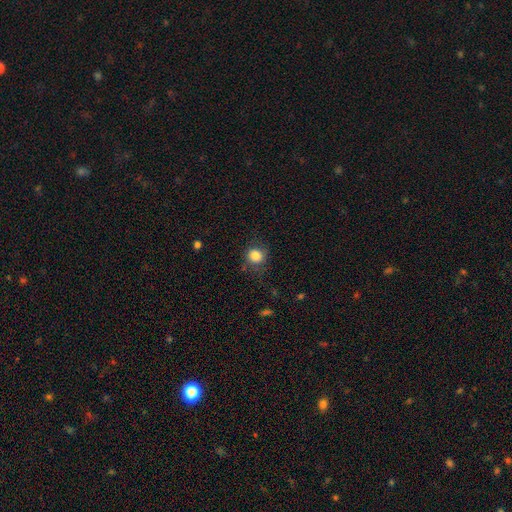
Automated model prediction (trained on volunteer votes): Overall: smooth (83%). How rounded: round (83%). Merging: none (71%).